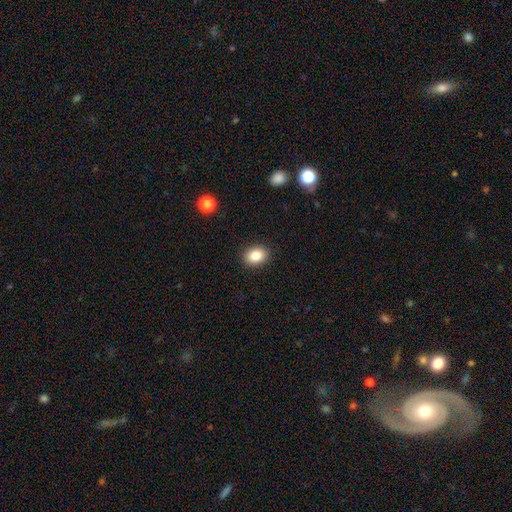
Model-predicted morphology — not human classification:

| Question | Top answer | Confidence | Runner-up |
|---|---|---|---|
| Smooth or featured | smooth | 85% | star or artifact (9%) |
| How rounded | in between | 68% | round (31%) |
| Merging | none | 90% | minor disturbance (7%) |